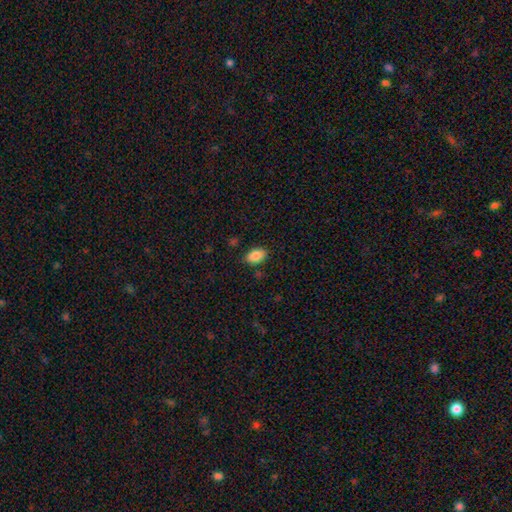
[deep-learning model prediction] This is clearly a smooth galaxy (87%). How rounded: clearly in between (91%). Merging: clearly none (84%).